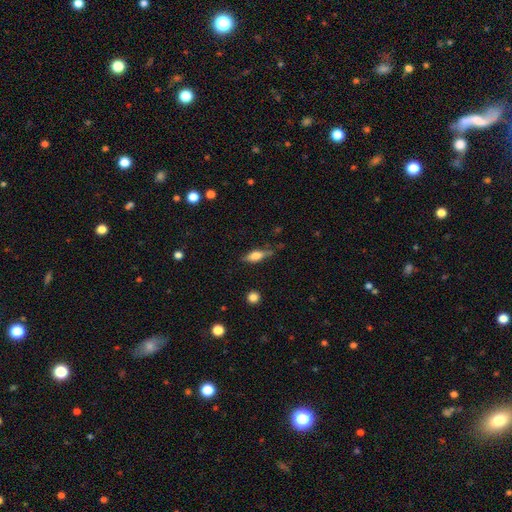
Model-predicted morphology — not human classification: Smooth or featured? smooth (56%)
How rounded? in between (62%)
Merging? none (69%)